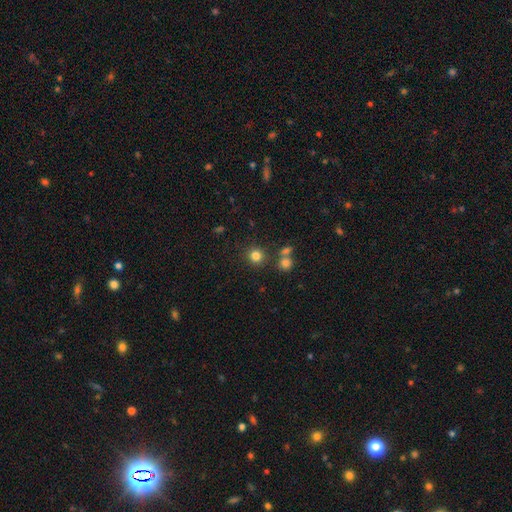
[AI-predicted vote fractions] Q: Smooth or featured?
A: smooth (81%); runner-up: star or artifact (13%)
Q: How rounded?
A: round (91%); runner-up: in between (8%)
Q: Merging?
A: none (81%); runner-up: merger (8%)